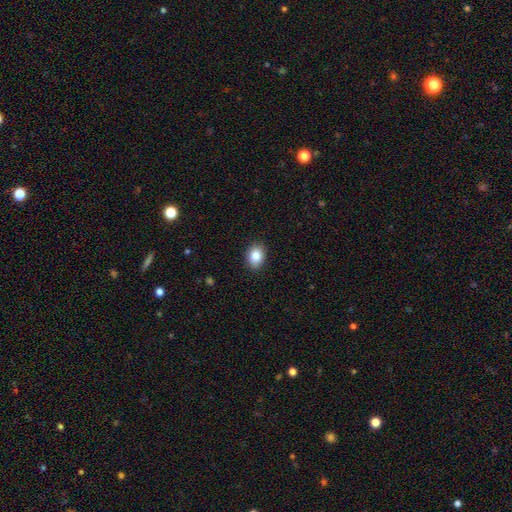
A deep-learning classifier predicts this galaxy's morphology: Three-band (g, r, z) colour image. It shows a smooth galaxy with no disk features (85%) that is in between round and cigar-shaped (67%). Merging: none (88%).